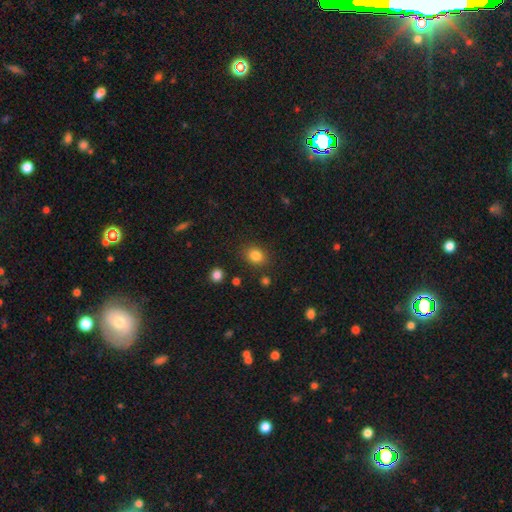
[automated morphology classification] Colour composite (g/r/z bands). It shows a smooth galaxy with no disk features (83%) that is round (57%). Merging: none (84%).